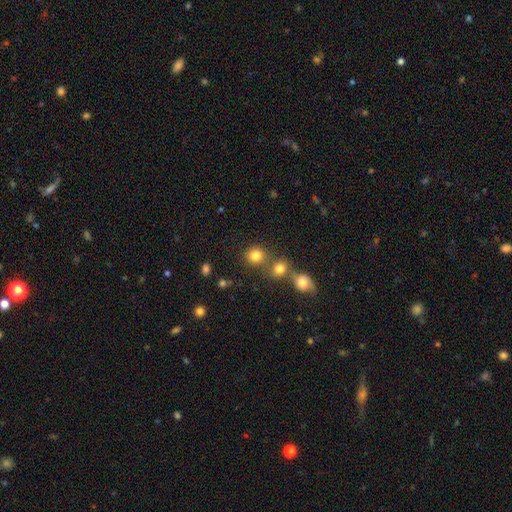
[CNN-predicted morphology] Overall: smooth (80%). How rounded: round (87%). Merging: none (68%).